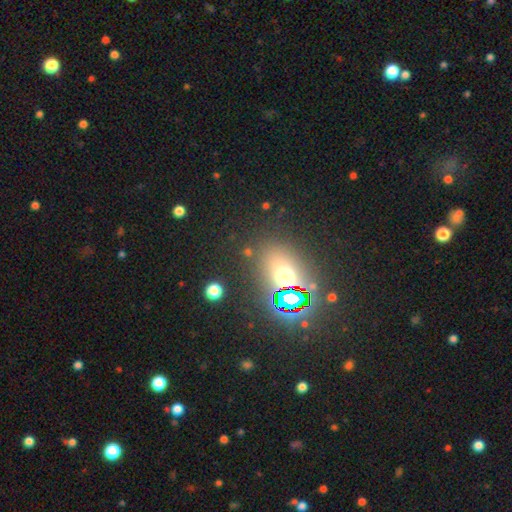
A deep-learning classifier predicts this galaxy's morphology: type=star or artifact (54%).